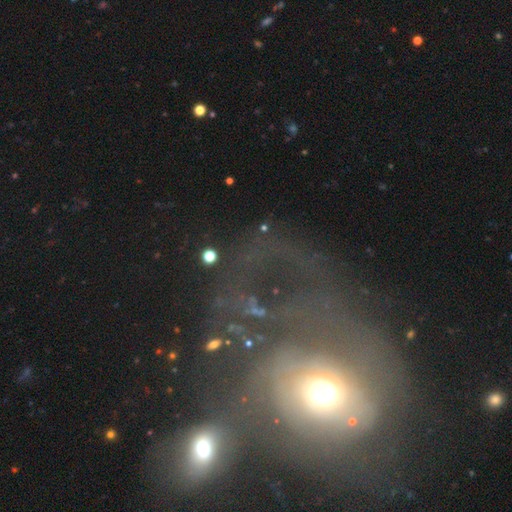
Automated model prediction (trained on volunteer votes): Smooth or featured: featured or disk — 52% (smooth — 24%)
Edge-on disk: no — 91% (yes — 9%)
Merging: none — 46% (major disturbance — 33%)